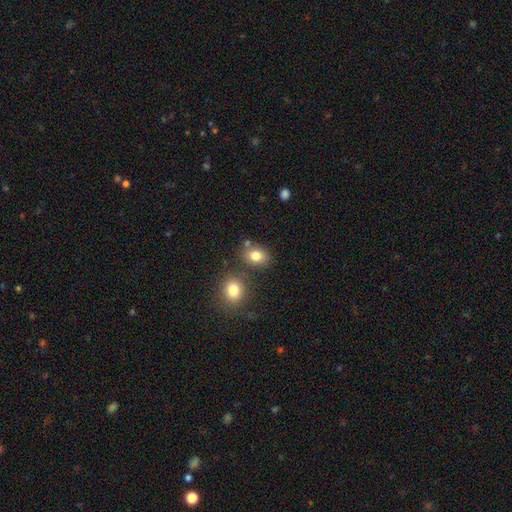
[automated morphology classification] smooth_or_featured: smooth (p=0.81) [alt: star or artifact p=0.10]
how_rounded: in between (p=0.63) [alt: round p=0.36]
merging: none (p=0.70) [alt: merger p=0.14]